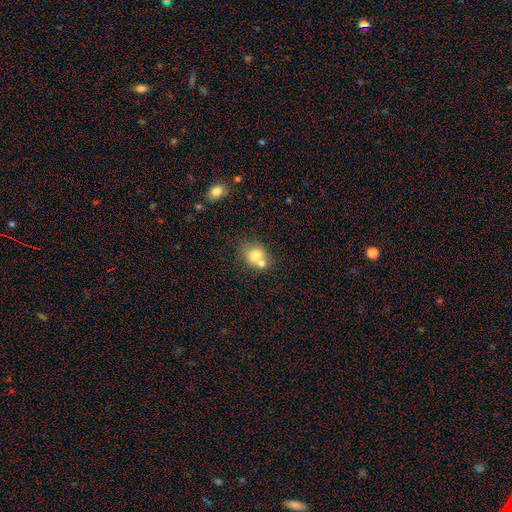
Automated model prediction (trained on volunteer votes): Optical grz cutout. It shows a smooth galaxy with no disk features (74%) that is round (67%). Merging: none (45%).